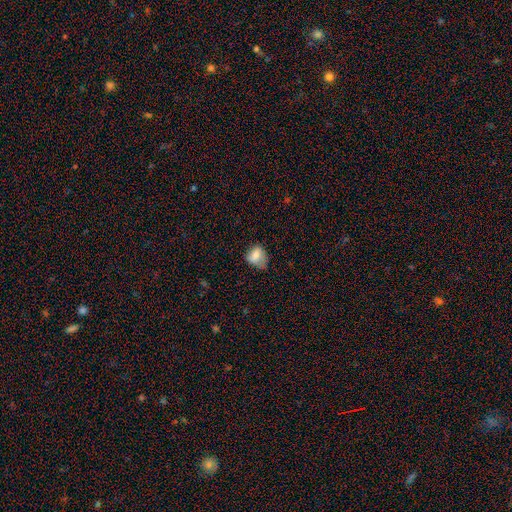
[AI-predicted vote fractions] A smooth galaxy with no disk features (76%) that is in between round and cigar-shaped (61%).

Vote fractions:
- Smooth or featured? smooth: 76% / featured or disk: 15% / star or artifact: 9%
- How rounded? in between: 61% / round: 38% / cigar-shaped: 1%
- Merging? minor disturbance: 39% / none: 38% / major disturbance: 20% / merger: 3%